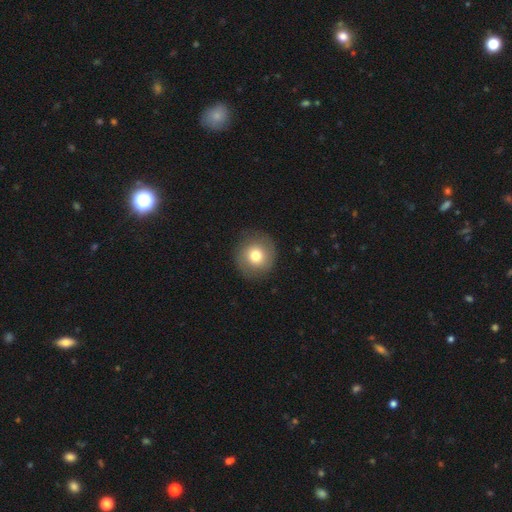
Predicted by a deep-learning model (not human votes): smooth 74%, featured or disk 17%, star or artifact 9%. Down the decision tree: how rounded — round (91%); merging — none (86%).